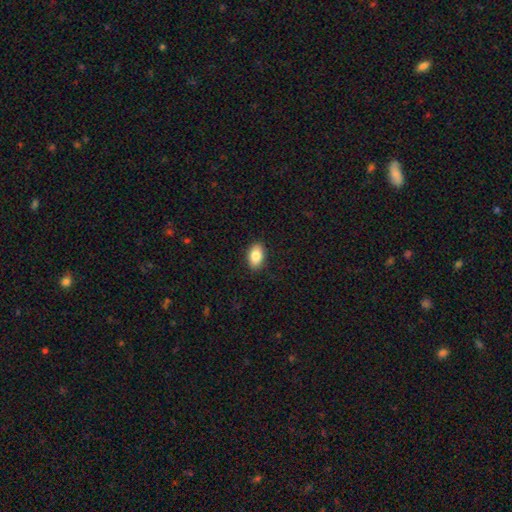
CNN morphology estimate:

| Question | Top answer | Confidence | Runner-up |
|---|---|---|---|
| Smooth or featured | smooth | 85% | featured or disk (8%) |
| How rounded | in between | 91% | round (7%) |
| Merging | none | 89% | minor disturbance (8%) |